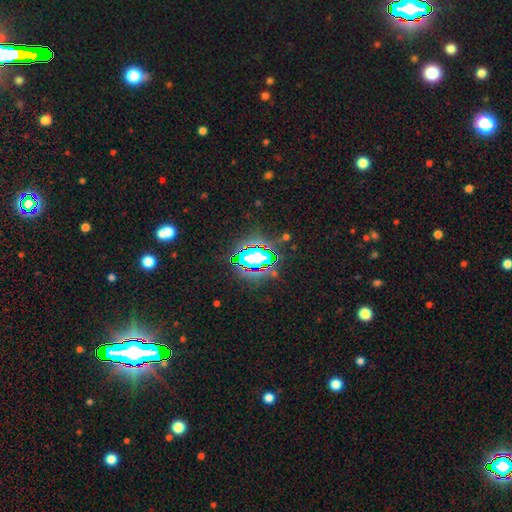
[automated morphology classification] Smooth or featured? Predicted: star or artifact (p=0.64).